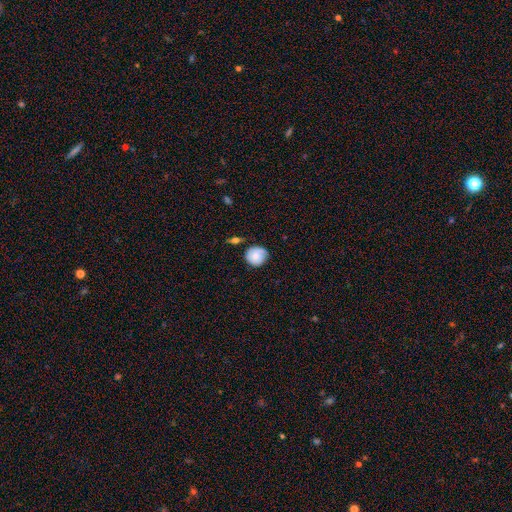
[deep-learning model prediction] The model was most divided on "smooth or featured": smooth: 65%, featured or disk: 27%, star or artifact: 8%. More confident: how rounded — round (87%); merging — none (70%).